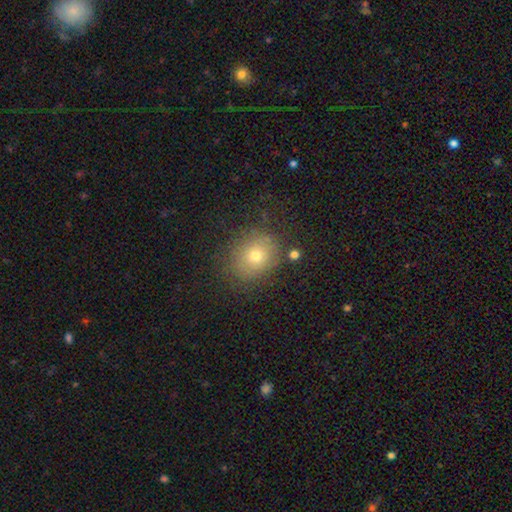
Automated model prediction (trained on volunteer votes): Q: Smooth or featured?
A: smooth (70%); runner-up: star or artifact (16%)
Q: How rounded?
A: round (70%); runner-up: in between (29%)
Q: Merging?
A: none (80%); runner-up: minor disturbance (13%)